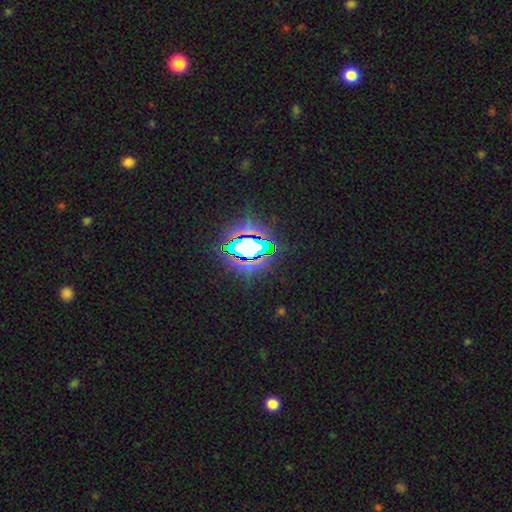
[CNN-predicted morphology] Smooth or featured?
  - star or artifact: 68% *
  - smooth: 19%
  - featured or disk: 13%